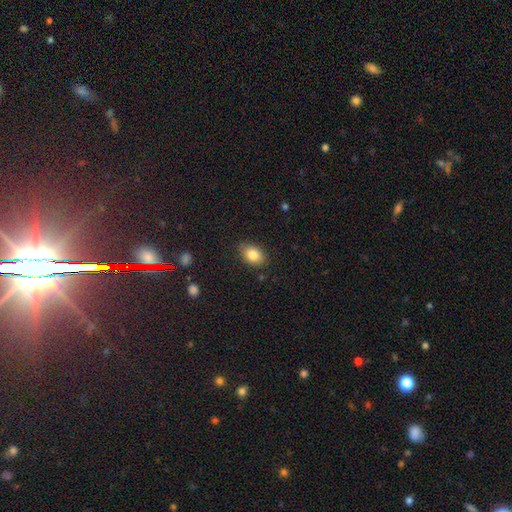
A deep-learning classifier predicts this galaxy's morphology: Smooth or featured?
  - smooth: 83% *
  - star or artifact: 9%
  - featured or disk: 8%
How rounded?
  - in between: 79% *
  - round: 20%
  - cigar-shaped: 1%
Merging?
  - none: 84% *
  - minor disturbance: 12%
  - major disturbance: 2%
  - merger: 1%